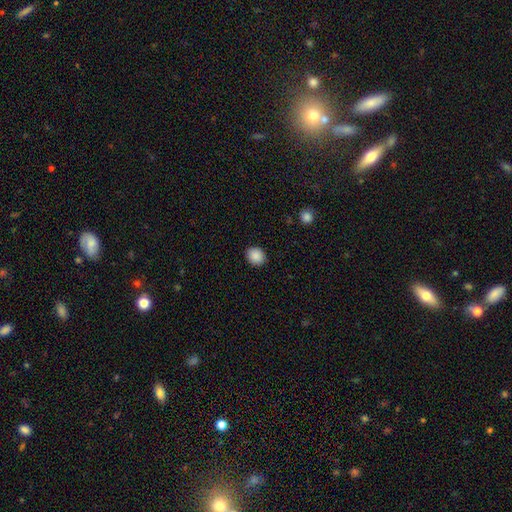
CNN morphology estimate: Smooth or featured?
  - smooth: 89% *
  - star or artifact: 8%
  - featured or disk: 3%
How rounded?
  - round: 70% *
  - in between: 29%
  - cigar-shaped: 1%
Merging?
  - none: 90% *
  - minor disturbance: 7%
  - major disturbance: 2%
  - merger: 1%